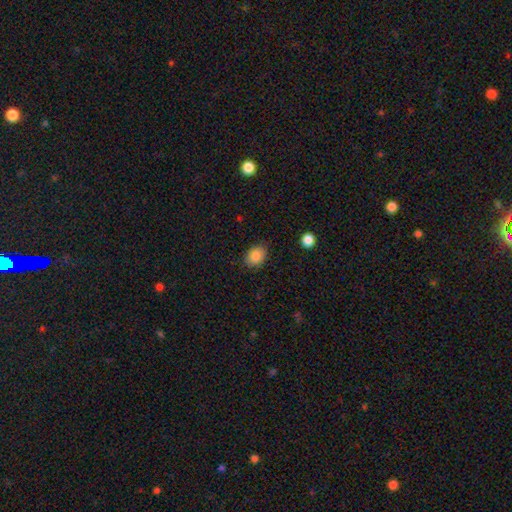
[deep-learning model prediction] smooth_or_featured: smooth (p=0.87) [alt: star or artifact p=0.08]
how_rounded: in between (p=0.72) [alt: round p=0.28]
merging: none (p=0.84) [alt: minor disturbance p=0.12]